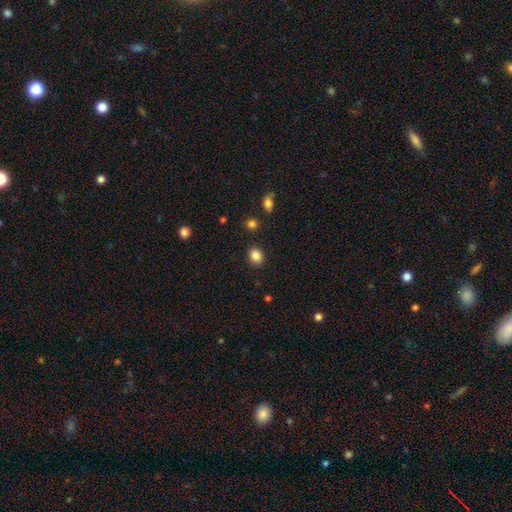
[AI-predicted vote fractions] Smooth or featured: smooth — 85% (star or artifact — 10%)
How rounded: round — 61% (in between — 38%)
Merging: none — 88% (minor disturbance — 7%)